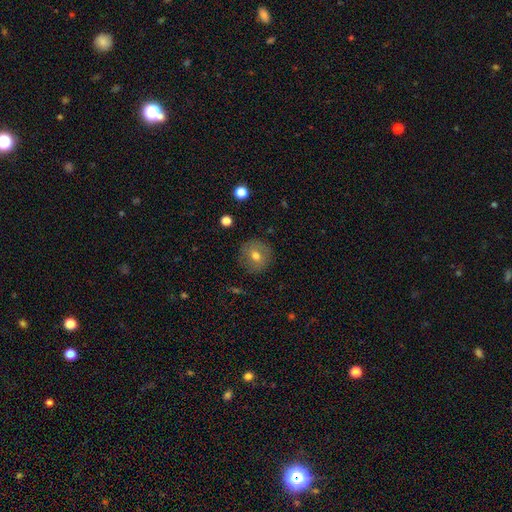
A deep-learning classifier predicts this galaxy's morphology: smooth 65%, featured or disk 25%, star or artifact 10%. Down the decision tree: how rounded — round (92%); merging — none (87%).